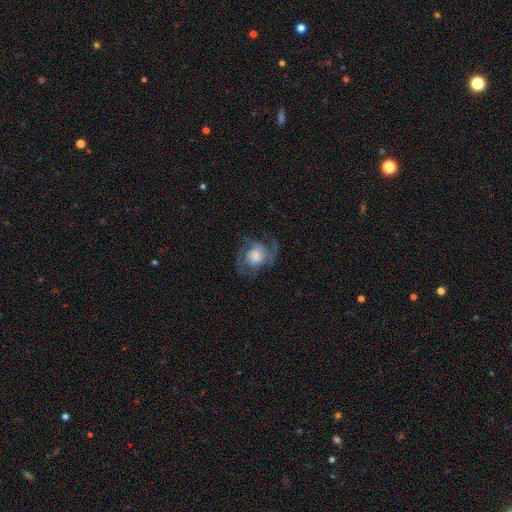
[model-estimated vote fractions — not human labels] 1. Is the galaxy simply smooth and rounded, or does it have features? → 75% featured or disk, 18% smooth, 7% star or artifact.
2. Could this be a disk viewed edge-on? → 98% no, 2% yes.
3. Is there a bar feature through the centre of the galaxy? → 69% no, 26% weak, 5% strong.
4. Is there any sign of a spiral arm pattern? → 92% yes, 8% no.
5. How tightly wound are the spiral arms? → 51% medium, 26% tight, 23% loose.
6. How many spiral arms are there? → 64% 2, 14% 3, 11% can't tell, 5% 1, 4% 4, 3% more than 4.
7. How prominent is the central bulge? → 44% large, 26% moderate, 13% small, 10% none, 7% dominant.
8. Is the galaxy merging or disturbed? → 66% none, 17% minor disturbance, 16% major disturbance, 1% merger.